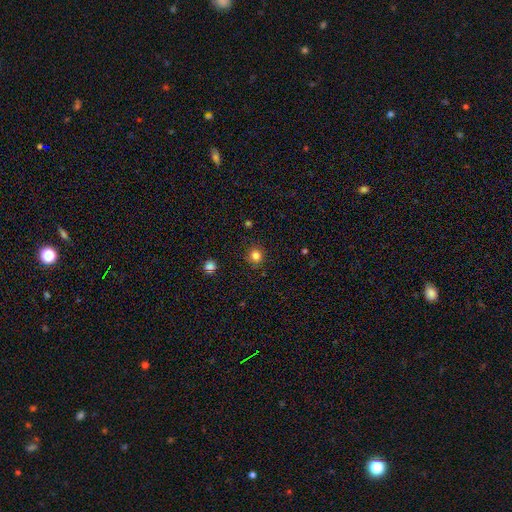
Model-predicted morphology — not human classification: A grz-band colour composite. It shows a smooth galaxy with no disk features (82%) that is round (90%). Merging: none (88%).